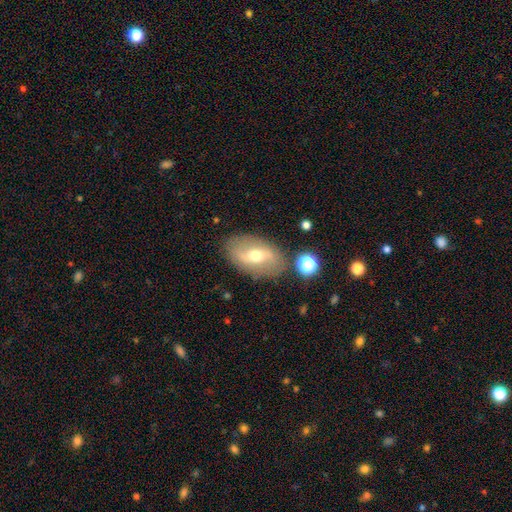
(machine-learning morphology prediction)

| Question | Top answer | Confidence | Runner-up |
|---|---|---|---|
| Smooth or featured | featured or disk | 61% | smooth (31%) |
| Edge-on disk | no | 90% | yes (10%) |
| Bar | weak | 42% | strong (32%) |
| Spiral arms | yes | 58% | no (42%) |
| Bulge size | moderate | 72% | small (19%) |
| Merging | none | 80% | minor disturbance (12%) |